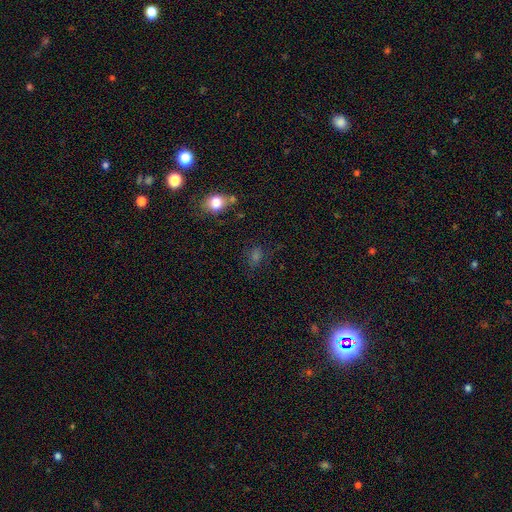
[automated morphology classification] type=smooth (50%); roundness=in between (52%); merging=none (73%).